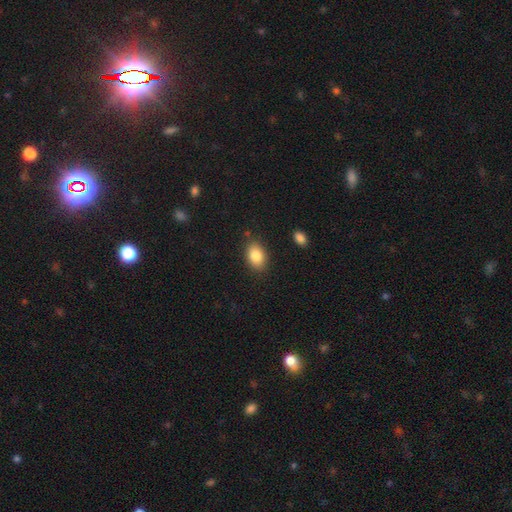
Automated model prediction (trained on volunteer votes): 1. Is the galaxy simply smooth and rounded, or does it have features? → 86% smooth, 8% star or artifact, 7% featured or disk.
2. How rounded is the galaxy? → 85% in between, 14% round, 1% cigar-shaped.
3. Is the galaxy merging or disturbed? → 84% none, 11% minor disturbance, 3% major disturbance, 2% merger.